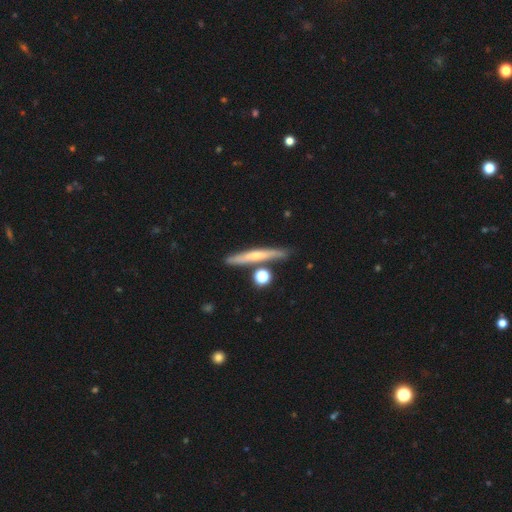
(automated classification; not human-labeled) Morphology: type=featured or disk (50%); edge-on=yes (92%); merging=none (80%).